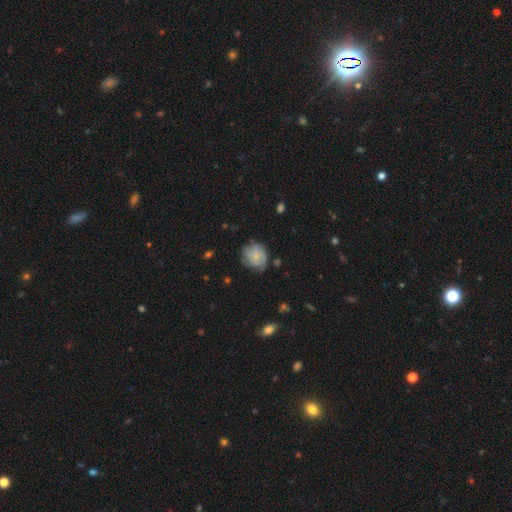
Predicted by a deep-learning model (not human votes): Smooth or featured? Predicted: smooth (p=0.60). How rounded? Predicted: round (p=0.75). Merging? Predicted: none (p=0.57).